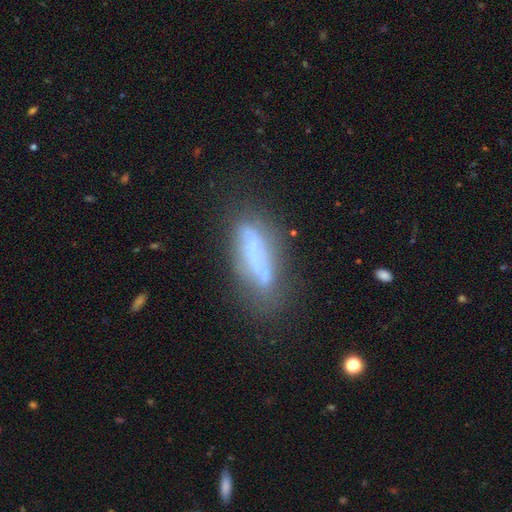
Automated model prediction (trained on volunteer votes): smooth-or-featured: featured or disk: 48% | smooth: 41% | star or artifact: 11%
  merging: none: 52% | minor disturbance: 24% | major disturbance: 14% | merger: 10%